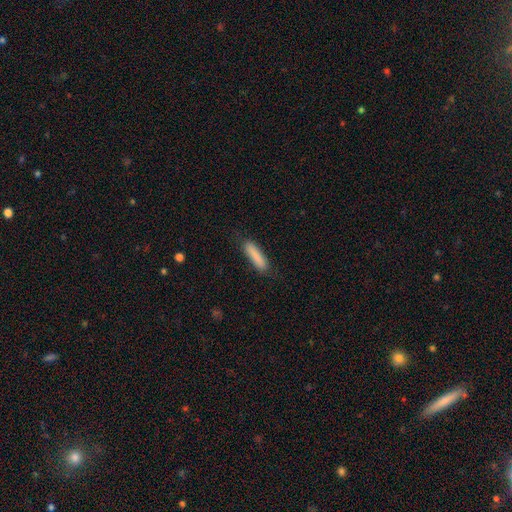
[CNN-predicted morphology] Q: Smooth or featured?
A: smooth (86%); runner-up: featured or disk (7%)
Q: How rounded?
A: cigar-shaped (81%); runner-up: in between (18%)
Q: Merging?
A: none (81%); runner-up: minor disturbance (14%)